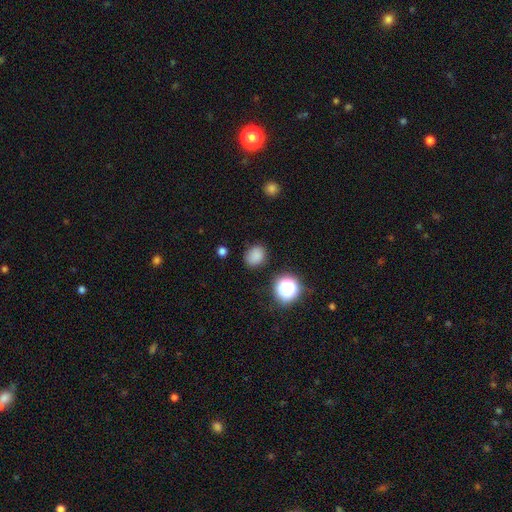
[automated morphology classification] smooth 80%, star or artifact 15%, featured or disk 5%. Down the decision tree: how rounded — round (54%); merging — none (81%).